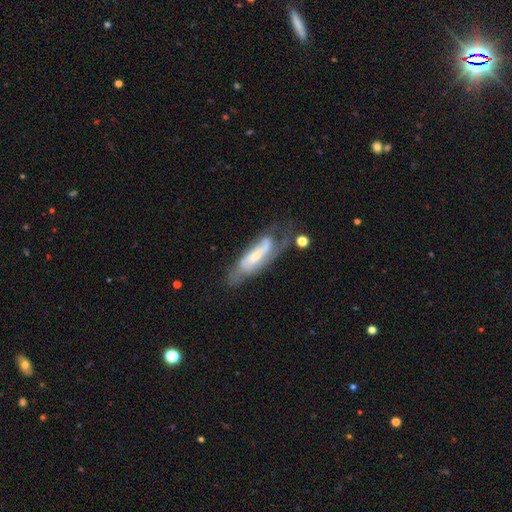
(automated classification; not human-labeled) Smooth or featured? featured or disk (70%)
Edge-on disk? no (82%)
Bar? no (46%)
Spiral arms? yes (85%)
Bulge size? small (58%)
Merging? none (45%)